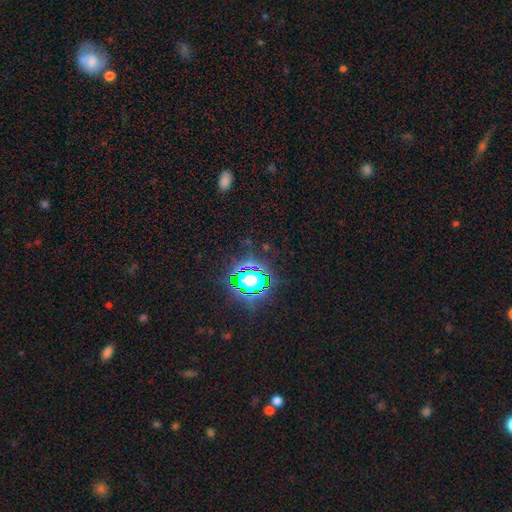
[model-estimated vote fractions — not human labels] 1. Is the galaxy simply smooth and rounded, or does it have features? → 78% star or artifact, 14% smooth, 8% featured or disk.